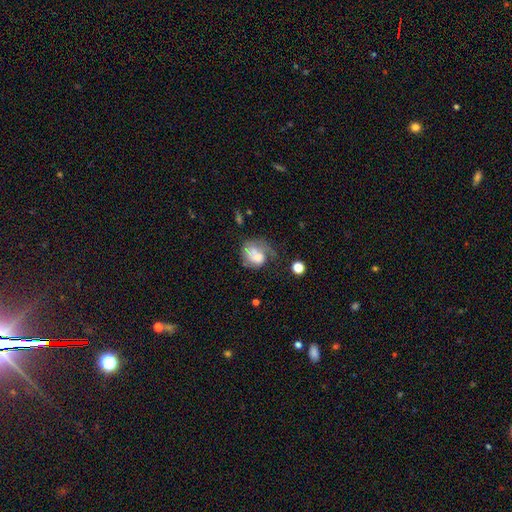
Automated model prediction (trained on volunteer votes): Q: Smooth or featured?
A: smooth (48%); runner-up: featured or disk (42%)
Q: Merging?
A: major disturbance (37%); runner-up: none (26%)